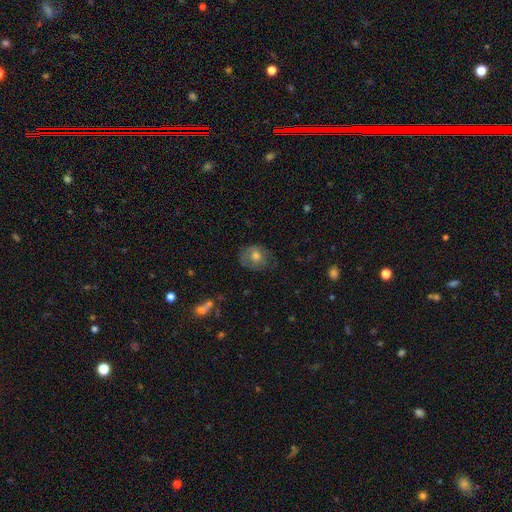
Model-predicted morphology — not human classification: Smooth or featured? Predicted: smooth (p=0.61). How rounded? Predicted: round (p=0.62). Merging? Predicted: none (p=0.69).